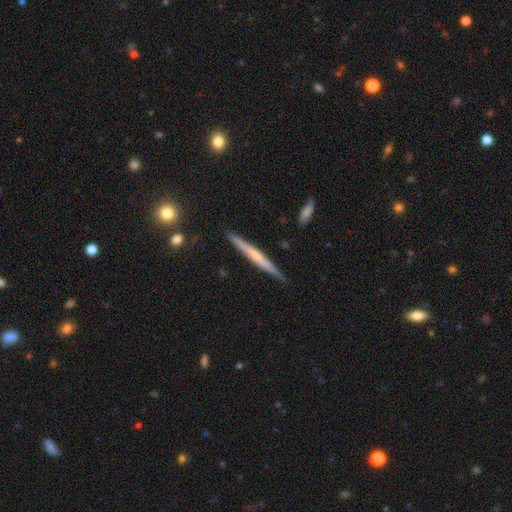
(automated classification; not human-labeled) This is likely a featured or disk galaxy (61%). It is clearly viewed edge-on (97%). Edge-on bulge: possibly none (49%). Merging: clearly none (88%).